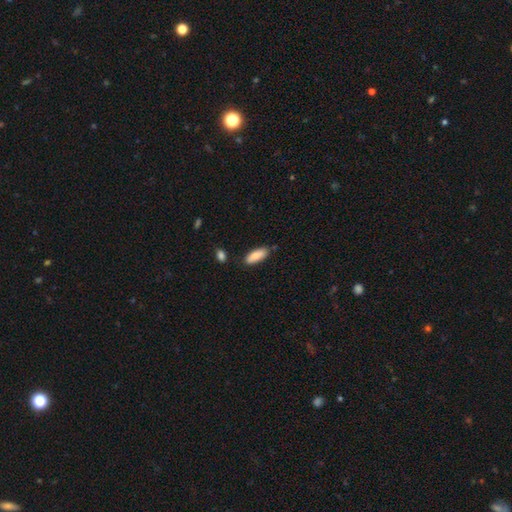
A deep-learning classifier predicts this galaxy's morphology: A smooth galaxy with no disk features (85%) that is in between round and cigar-shaped (67%).

Vote fractions:
- Smooth or featured? smooth: 85% / featured or disk: 9% / star or artifact: 6%
- How rounded? in between: 67% / cigar-shaped: 31% / round: 2%
- Merging? none: 81% / minor disturbance: 13% / merger: 3% / major disturbance: 2%